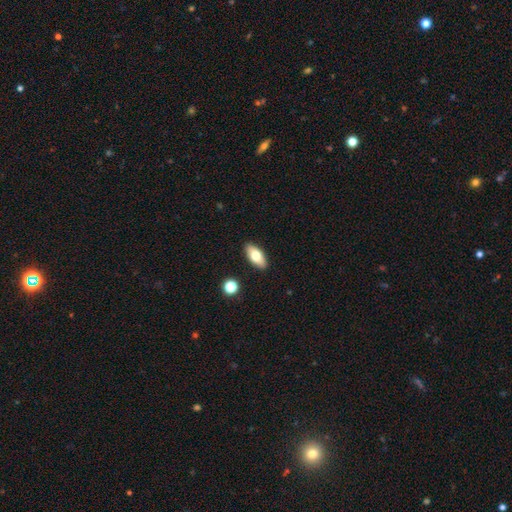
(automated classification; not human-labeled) Overall: smooth (73%). How rounded: in between (85%). Merging: none (89%).